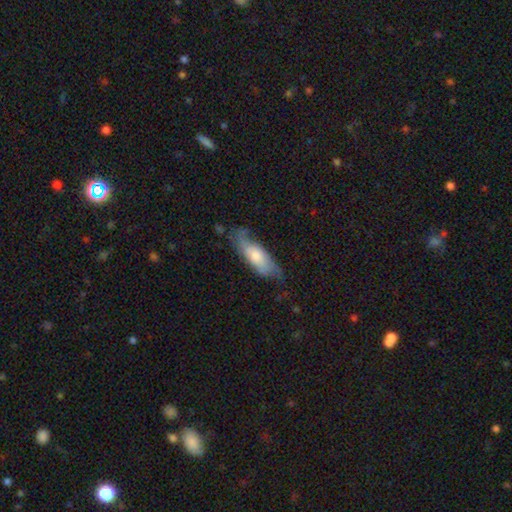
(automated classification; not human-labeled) smooth-or-featured: smooth: 53% | featured or disk: 41% | star or artifact: 6%
  how-rounded: in between: 57% | cigar-shaped: 40% | round: 2%
  merging: none: 57% | minor disturbance: 30% | major disturbance: 11% | merger: 2%